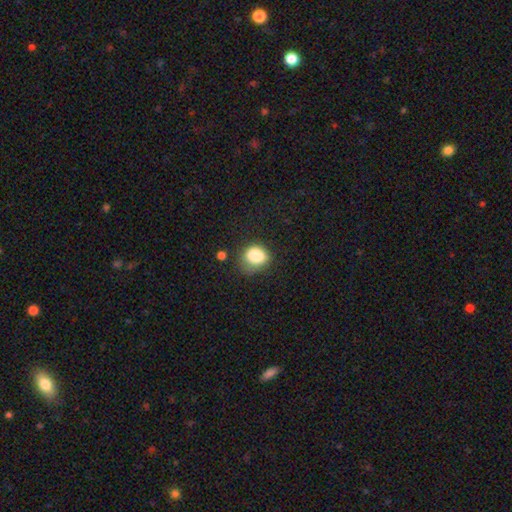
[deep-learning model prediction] Smooth or featured? Predicted: smooth (p=0.85). How rounded? Predicted: round (p=0.56). Merging? Predicted: none (p=0.55).